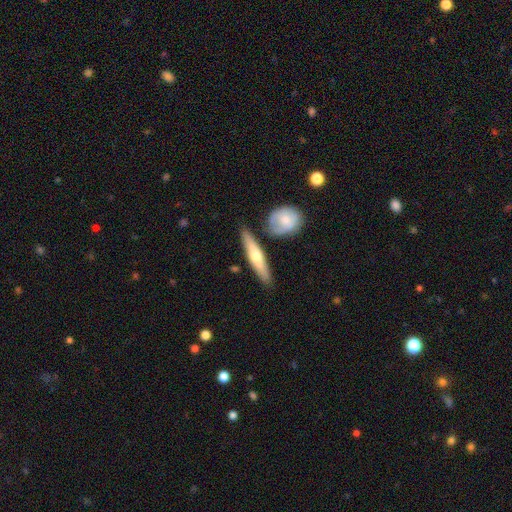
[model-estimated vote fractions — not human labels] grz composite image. It shows a smooth galaxy with no disk features (49%). Merging: none (79%).